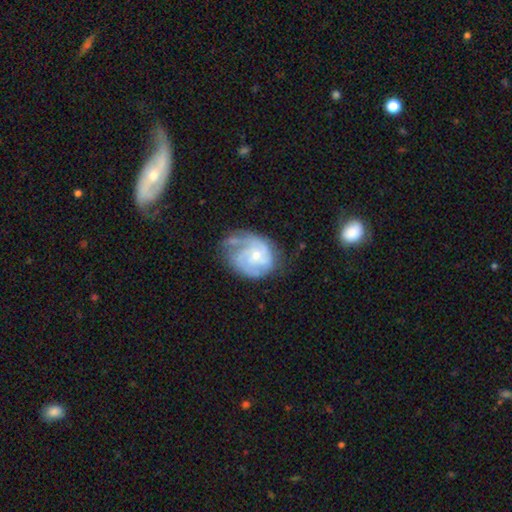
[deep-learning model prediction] Overall: featured or disk (76%). Edge-on disk: no (98%). Bar: no (65%; weak 30%). Spiral arms: yes (88%). Spiral arm count: can't tell (31%; 2 29%). Spiral winding: tight (49%; medium 38%). Bulge size: small (58%; moderate 36%). Merging: none (44%; minor disturbance 29%).